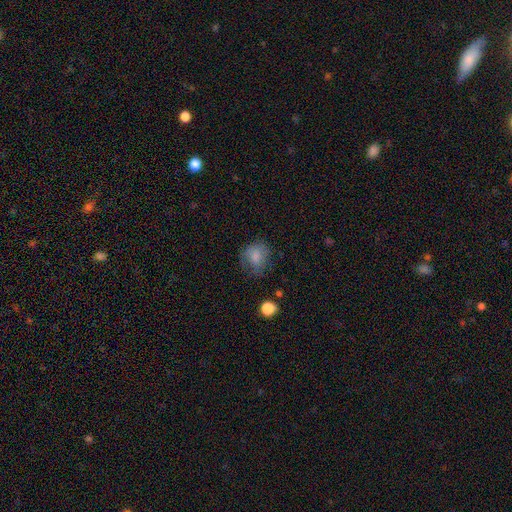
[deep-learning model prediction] smooth_or_featured: smooth (p=0.78) [alt: featured or disk p=0.11]
how_rounded: round (p=0.65) [alt: in between p=0.34]
merging: none (p=0.59) [alt: minor disturbance p=0.26]